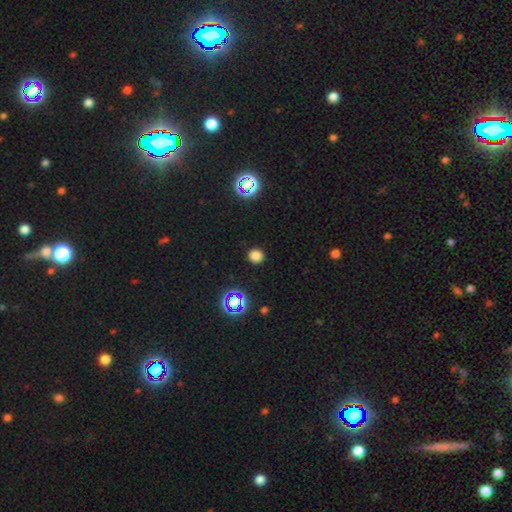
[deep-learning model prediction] smooth_or_featured: smooth (p=0.76) [alt: star or artifact p=0.20]
how_rounded: round (p=0.88) [alt: in between p=0.11]
merging: none (p=0.91) [alt: minor disturbance p=0.06]